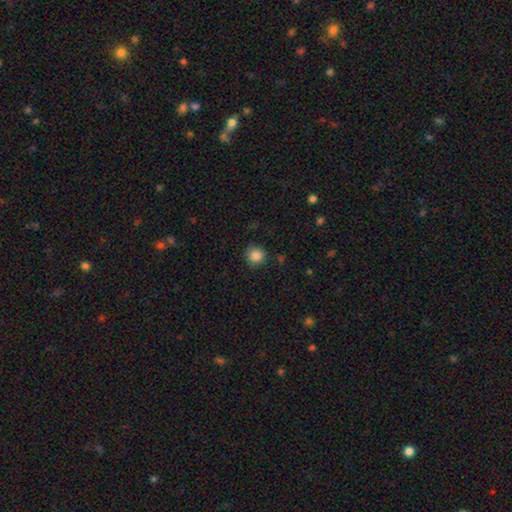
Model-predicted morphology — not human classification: Q: Smooth or featured?
A: smooth (86%); runner-up: star or artifact (10%)
Q: How rounded?
A: round (93%); runner-up: in between (6%)
Q: Merging?
A: none (86%); runner-up: minor disturbance (10%)